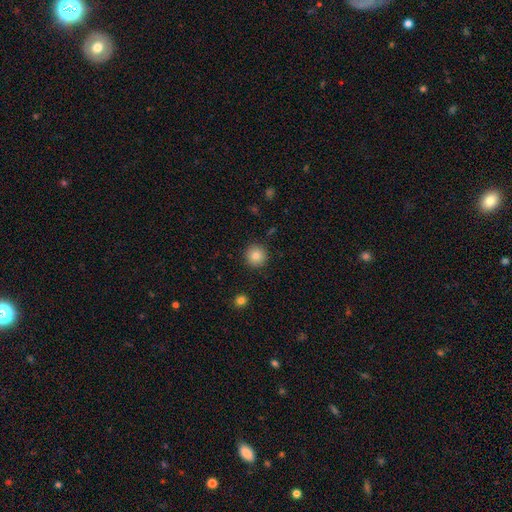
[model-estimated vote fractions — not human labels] Smooth or featured: smooth — 84% (star or artifact — 10%)
How rounded: round — 95% (in between — 4%)
Merging: none — 91% (minor disturbance — 6%)